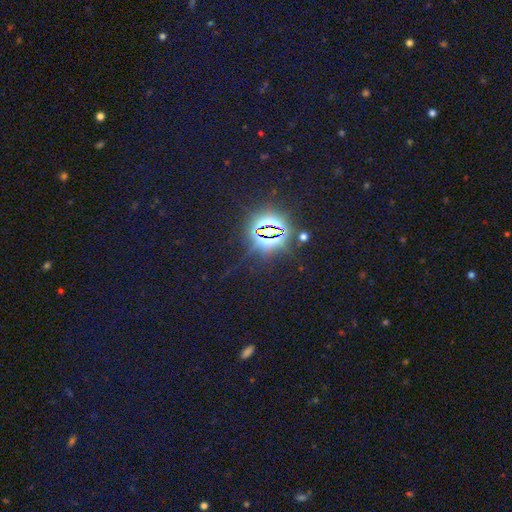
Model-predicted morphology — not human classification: The model was most divided on "smooth or featured": star or artifact: 77%, smooth: 17%, featured or disk: 6%.